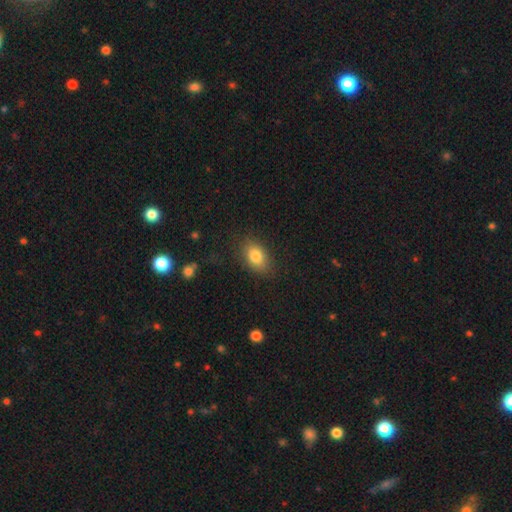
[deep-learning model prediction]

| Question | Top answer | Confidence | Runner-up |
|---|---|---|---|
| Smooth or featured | smooth | 81% | star or artifact (11%) |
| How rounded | in between | 79% | round (20%) |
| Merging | none | 85% | minor disturbance (11%) |